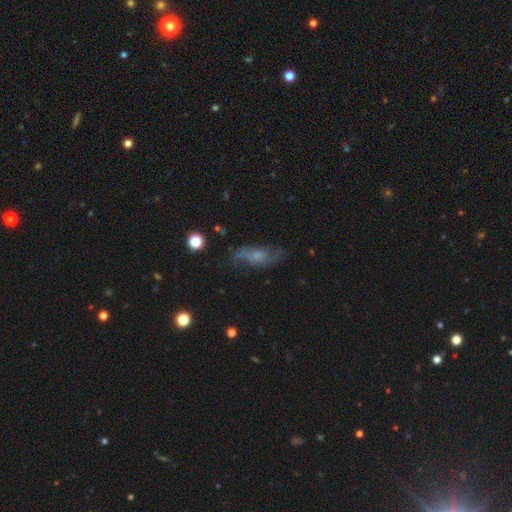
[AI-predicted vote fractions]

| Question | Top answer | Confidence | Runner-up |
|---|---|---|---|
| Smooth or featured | featured or disk | 44% | smooth (42%) |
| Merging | none | 57% | minor disturbance (26%) |